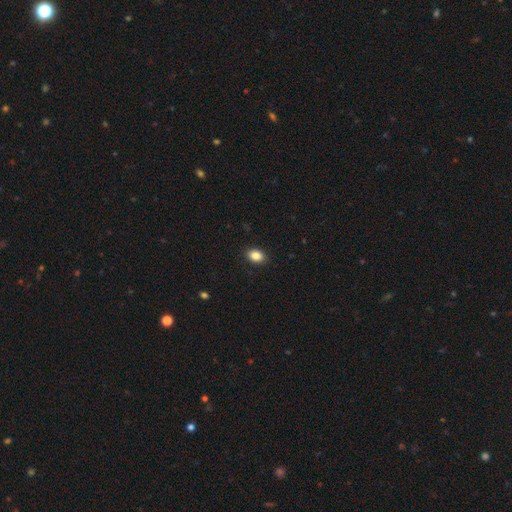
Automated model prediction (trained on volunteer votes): smooth-or-featured: smooth: 87% | star or artifact: 9% | featured or disk: 4%
  how-rounded: in between: 78% | round: 21% | cigar-shaped: 1%
  merging: none: 90% | minor disturbance: 7% | major disturbance: 2% | merger: 1%